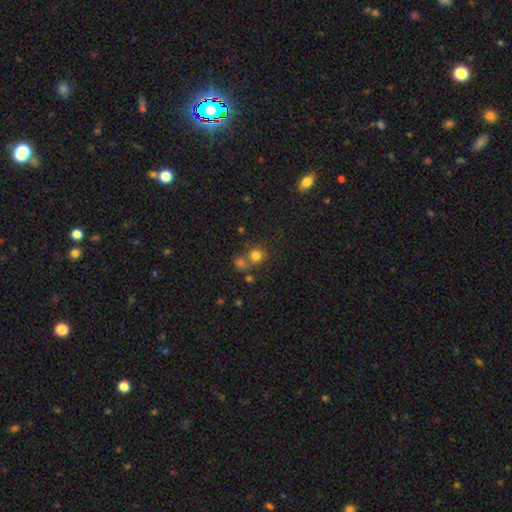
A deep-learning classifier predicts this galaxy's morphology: A smooth galaxy with no disk features (77%) that is round (88%).

Vote fractions:
- Smooth or featured? smooth: 77% / star or artifact: 16% / featured or disk: 8%
- How rounded? round: 88% / in between: 11% / cigar-shaped: 1%
- Merging? none: 60% / merger: 29% / minor disturbance: 8% / major disturbance: 4%